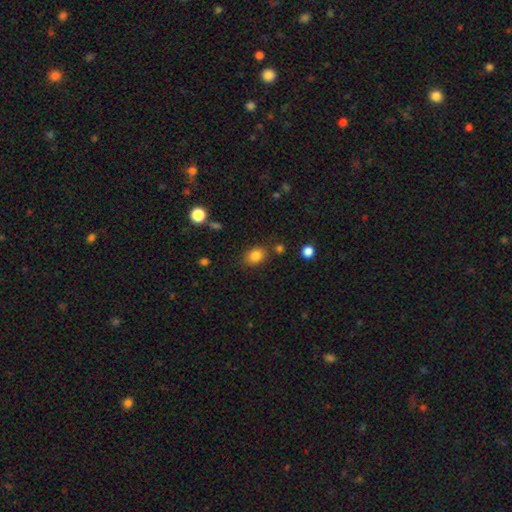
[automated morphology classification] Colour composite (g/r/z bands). It shows a smooth galaxy with no disk features (83%) that is in between round and cigar-shaped (59%). Merging: none (78%).